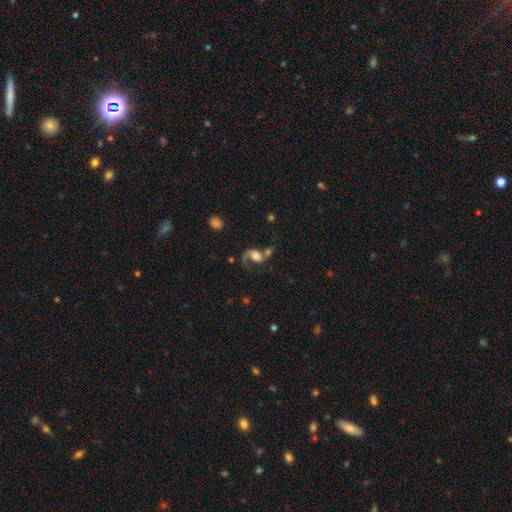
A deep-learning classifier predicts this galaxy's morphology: Smooth or featured? featured or disk (57%)
Edge-on disk? no (97%)
Bar? no (62%)
Spiral arms? yes (87%)
Bulge size? large (41%)
Merging? major disturbance (31%)